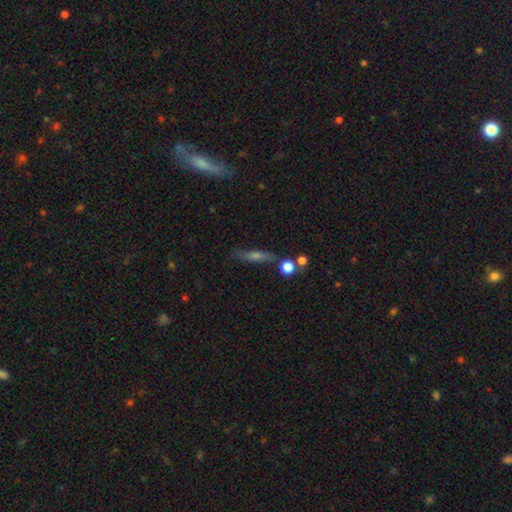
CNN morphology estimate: featured or disk 48%, smooth 30%, star or artifact 22%. Down the decision tree: merging — none (73%).